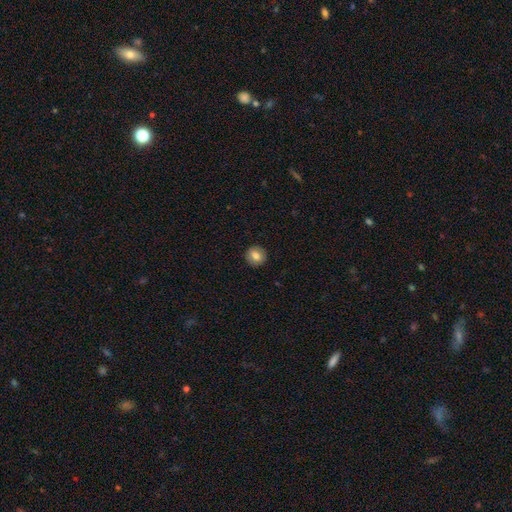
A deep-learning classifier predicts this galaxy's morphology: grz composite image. It shows a smooth galaxy with no disk features (78%) that is round (91%). Merging: none (92%).